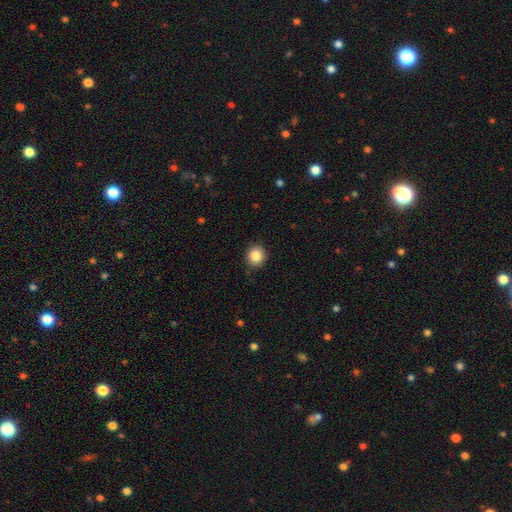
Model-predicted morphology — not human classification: Smooth or featured? smooth (87%)
How rounded? round (88%)
Merging? none (91%)